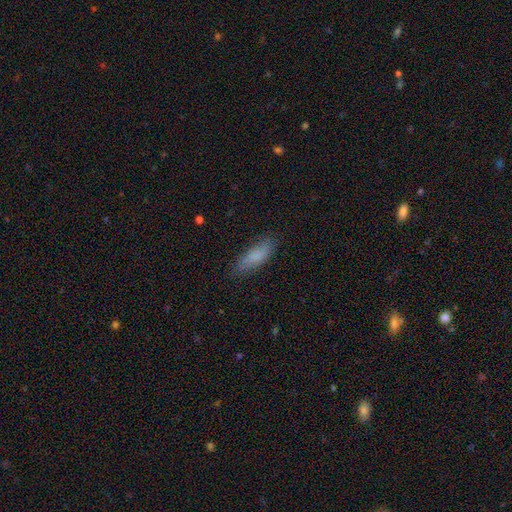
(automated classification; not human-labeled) Overall: smooth (82%). How rounded: in between (55%; cigar-shaped 43%). Merging: none (80%).